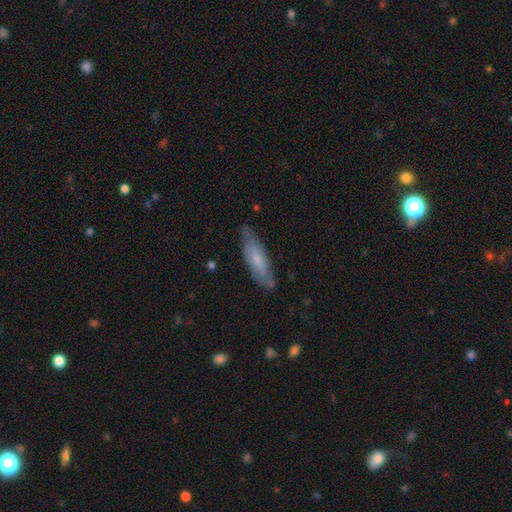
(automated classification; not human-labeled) The model was most divided on "smooth or featured": smooth: 50%, featured or disk: 42%, star or artifact: 7%. More confident: merging — none (78%); how rounded — cigar-shaped (57%).